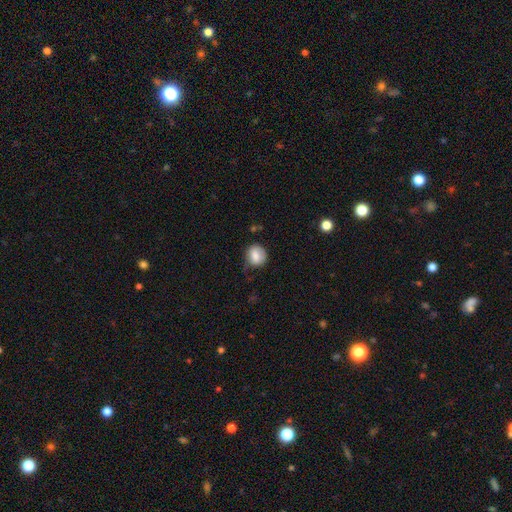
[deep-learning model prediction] A smooth galaxy with no disk features (79%) that is round (69%).

Vote fractions:
- Smooth or featured? smooth: 79% / featured or disk: 13% / star or artifact: 8%
- How rounded? round: 69% / in between: 30% / cigar-shaped: 1%
- Merging? none: 60% / minor disturbance: 28% / major disturbance: 9% / merger: 3%